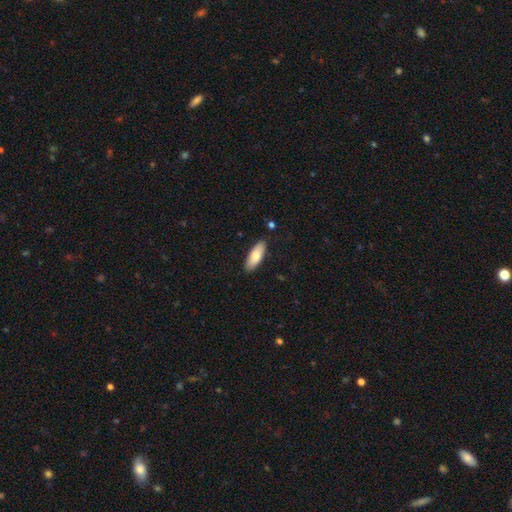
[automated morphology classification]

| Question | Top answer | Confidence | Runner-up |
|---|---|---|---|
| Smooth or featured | smooth | 80% | featured or disk (15%) |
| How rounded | in between | 69% | cigar-shaped (29%) |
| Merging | none | 87% | minor disturbance (10%) |